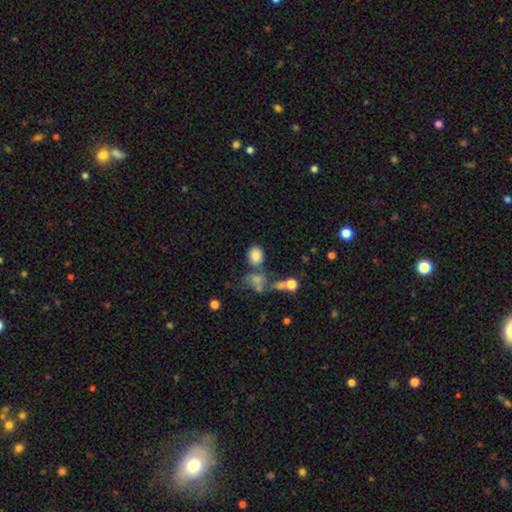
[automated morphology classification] A smooth galaxy with no disk features (82%) that is round (58%). Merging: none (58%).